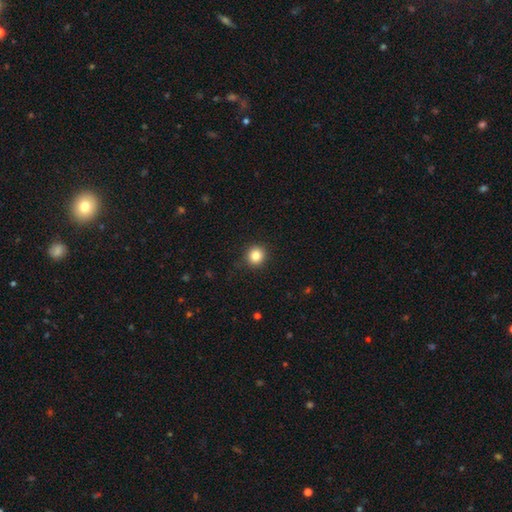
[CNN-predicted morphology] Smooth or featured? smooth (84%)
How rounded? round (90%)
Merging? none (90%)